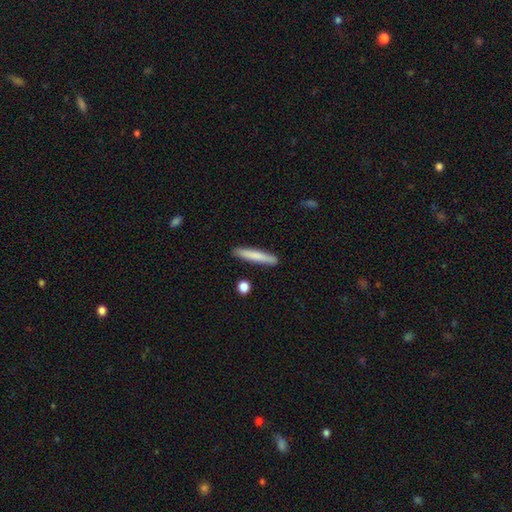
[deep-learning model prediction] A smooth galaxy with no disk features (76%) that is cigar-shaped (94%). Merging: none (89%).